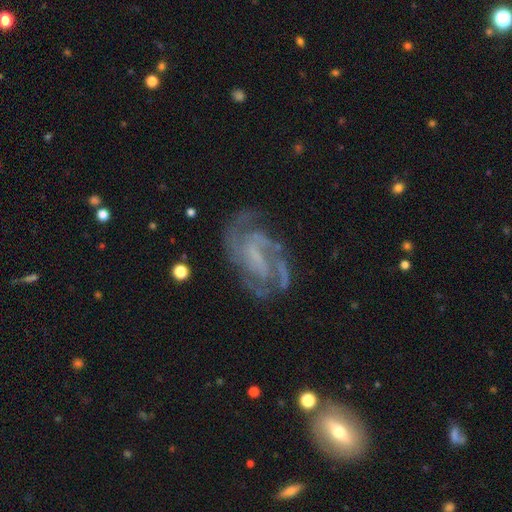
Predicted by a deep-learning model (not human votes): Smooth or featured: featured or disk — 85% (smooth — 8%)
Edge-on disk: no — 97% (yes — 3%)
Bar: weak — 45% (no — 32%)
Spiral arms: yes — 94% (no — 6%)
Spiral winding: medium — 46% (tight — 41%)
Spiral arm count: 2 — 36% (3 — 25%)
Bulge size: none — 51% (small — 32%)
Merging: none — 66% (minor disturbance — 18%)